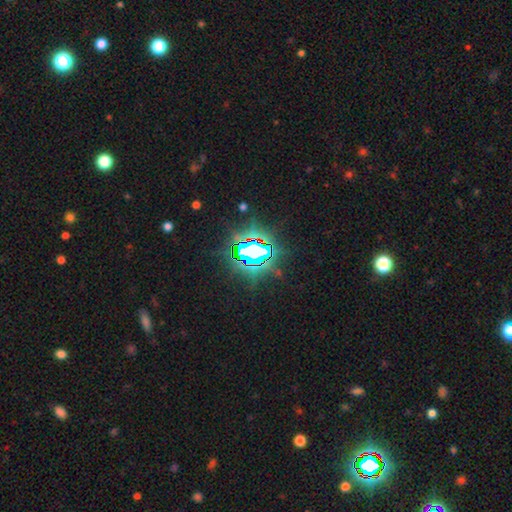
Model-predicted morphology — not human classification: A star or artifact, not a galaxy (79%).